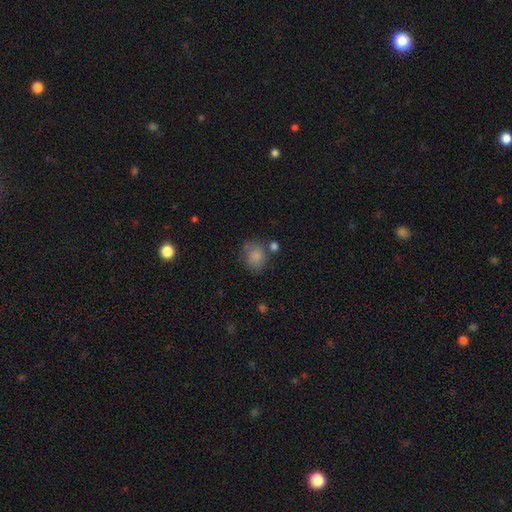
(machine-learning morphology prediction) smooth-or-featured: smooth: 80% | featured or disk: 10% | star or artifact: 10%
  how-rounded: round: 69% | in between: 30% | cigar-shaped: 1%
  merging: none: 62% | minor disturbance: 20% | merger: 11% | major disturbance: 8%